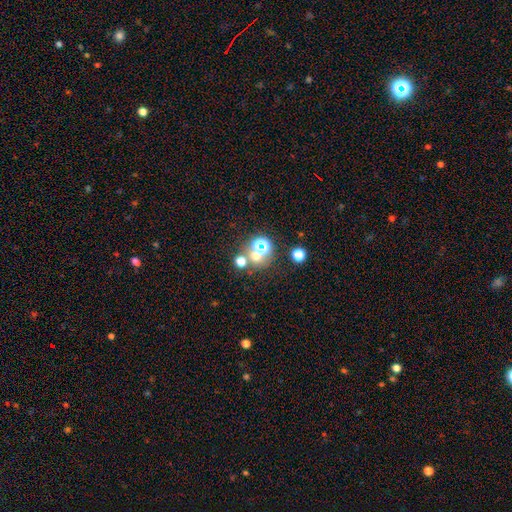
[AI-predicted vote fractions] smooth_or_featured: star or artifact (p=0.56) [alt: smooth p=0.32]